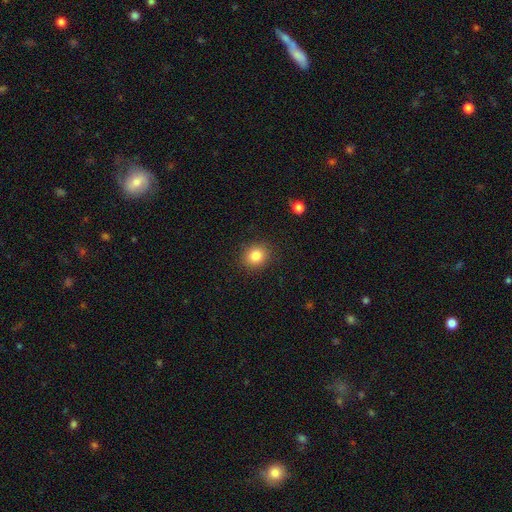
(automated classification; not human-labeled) Smooth or featured? smooth (84%)
How rounded? round (80%)
Merging? none (90%)